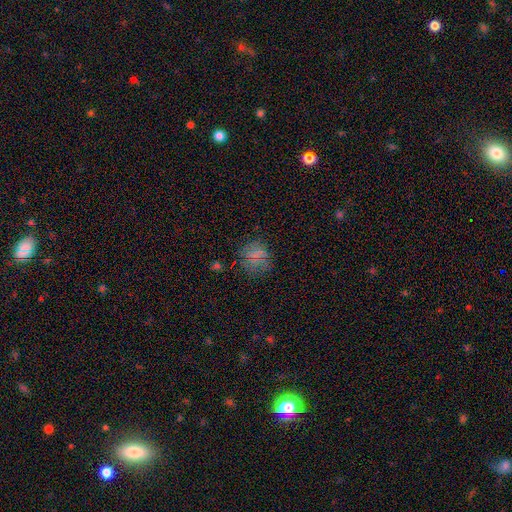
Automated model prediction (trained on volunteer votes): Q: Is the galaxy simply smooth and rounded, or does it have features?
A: smooth — 65%.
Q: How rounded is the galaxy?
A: round — 89%.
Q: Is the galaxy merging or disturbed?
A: none — 84%.